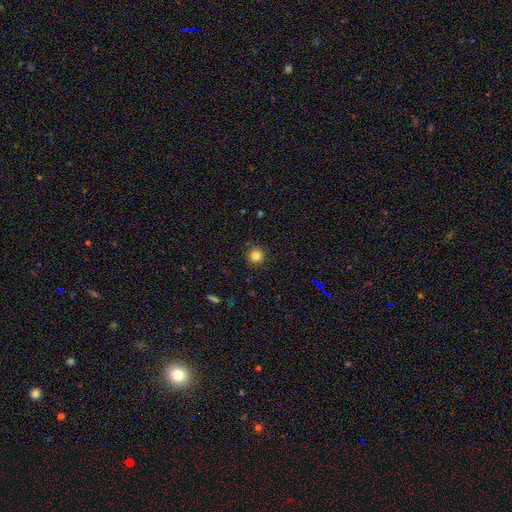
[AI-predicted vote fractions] Morphology: type=smooth (83%); roundness=round (95%); merging=none (91%).